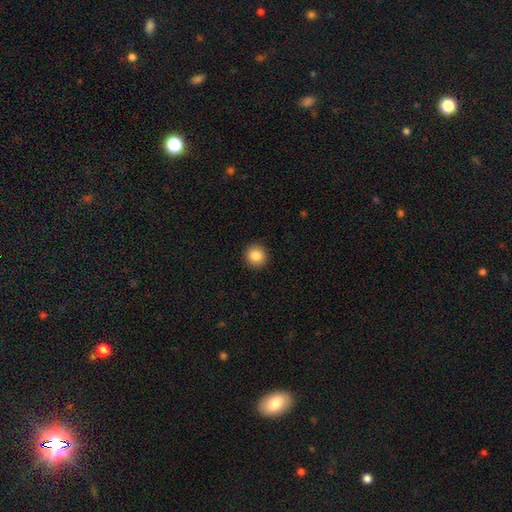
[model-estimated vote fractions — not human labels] The model was most divided on "smooth or featured": smooth: 86%, star or artifact: 9%, featured or disk: 5%. More confident: how rounded — round (93%); merging — none (92%).